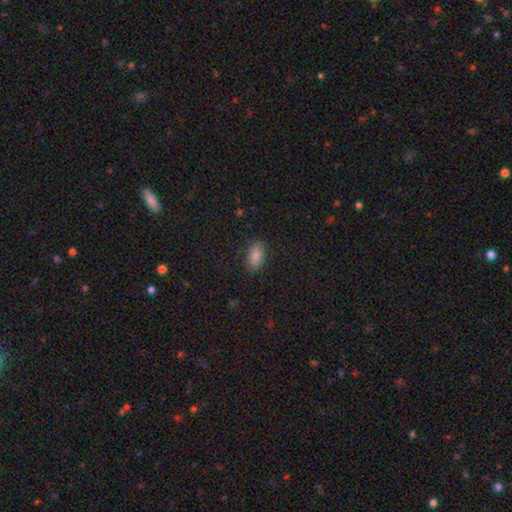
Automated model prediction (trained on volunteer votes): smooth-or-featured: smooth: 86% | star or artifact: 9% | featured or disk: 5%
  how-rounded: in between: 92% | round: 5% | cigar-shaped: 4%
  merging: none: 85% | minor disturbance: 11% | major disturbance: 3% | merger: 1%